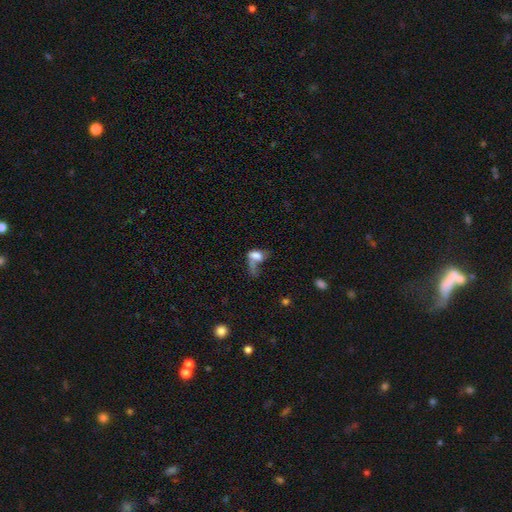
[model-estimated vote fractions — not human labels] smooth 62%, featured or disk 26%, star or artifact 12%. Down the decision tree: how rounded — in between (83%); merging — major disturbance (45%).